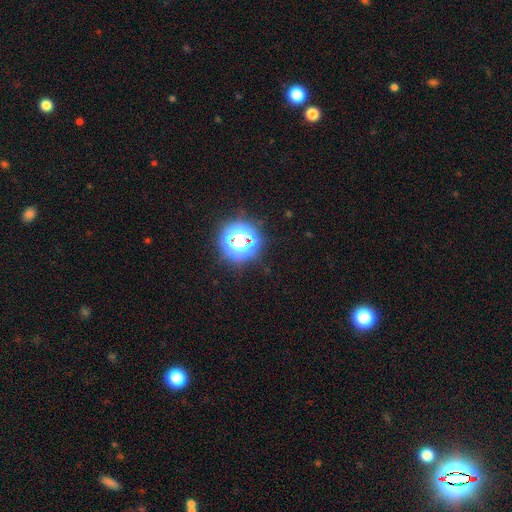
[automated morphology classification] Smooth or featured? star or artifact (79%)